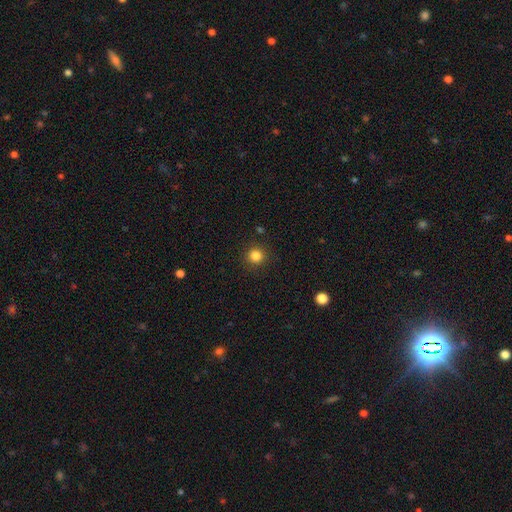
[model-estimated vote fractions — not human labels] A smooth galaxy with no disk features (84%) that is round (93%). Merging: none (90%).